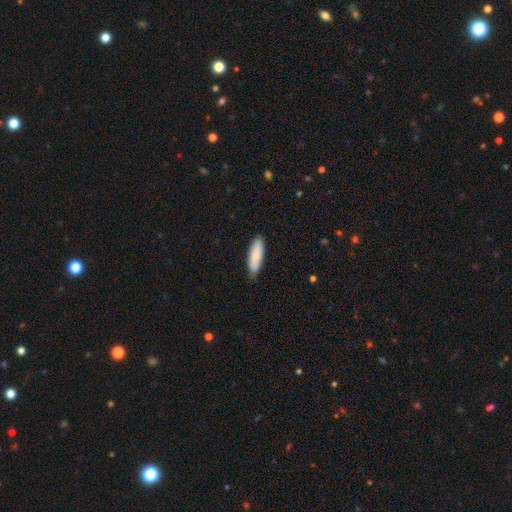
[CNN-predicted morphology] Smooth or featured? smooth (82%)
How rounded? in between (54%)
Merging? none (82%)